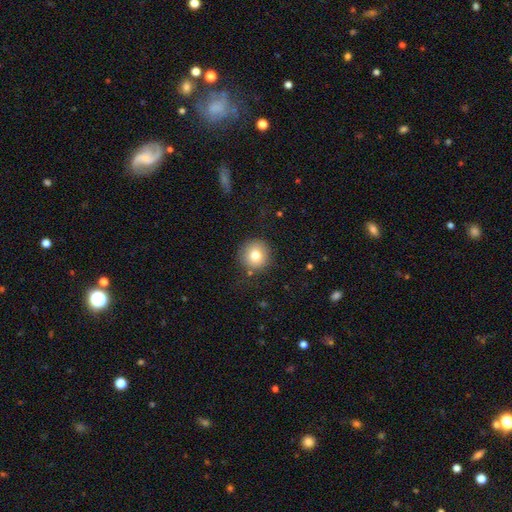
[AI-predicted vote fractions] Smooth or featured? smooth (78%)
How rounded? round (94%)
Merging? none (86%)